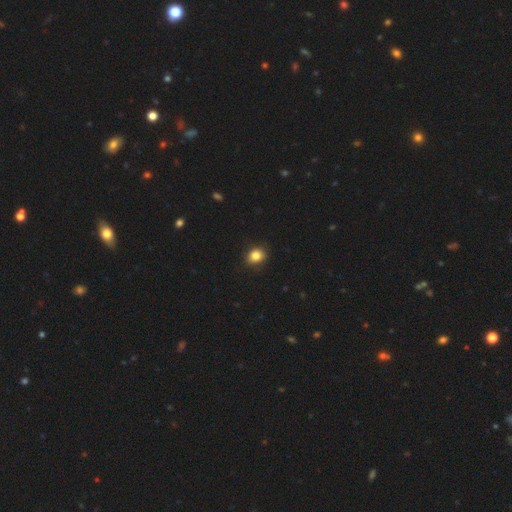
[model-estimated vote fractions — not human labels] Smooth or featured: smooth — 85% (star or artifact — 10%)
How rounded: round — 60% (in between — 39%)
Merging: none — 89% (minor disturbance — 9%)